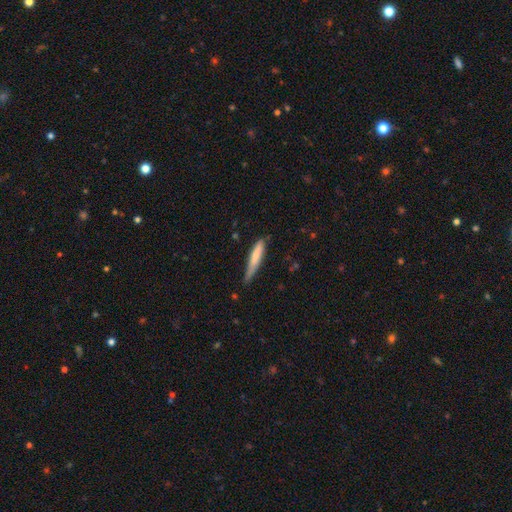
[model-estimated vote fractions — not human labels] Smooth or featured? Predicted: smooth (p=0.70). How rounded? Predicted: cigar-shaped (p=0.88). Merging? Predicted: none (p=0.57).